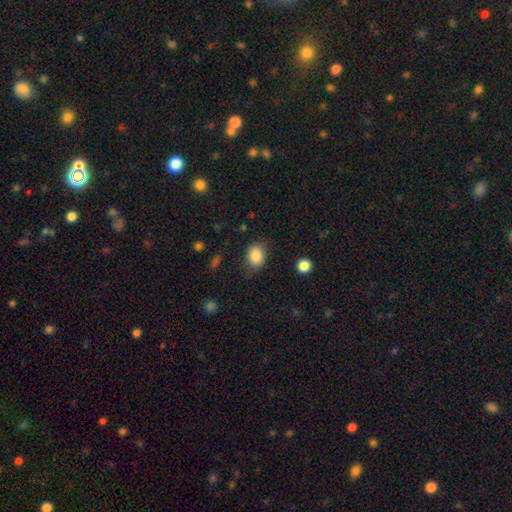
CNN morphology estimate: Smooth or featured: smooth — 86% (star or artifact — 9%)
How rounded: in between — 61% (round — 38%)
Merging: none — 74% (minor disturbance — 18%)